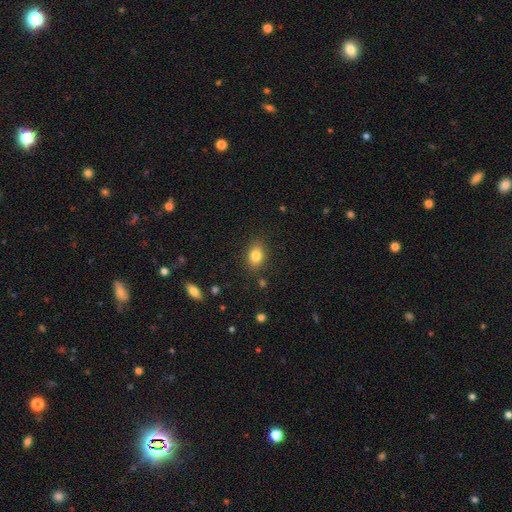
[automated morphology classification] smooth 82%, star or artifact 9%, featured or disk 9%. Down the decision tree: how rounded — in between (79%); merging — none (85%).